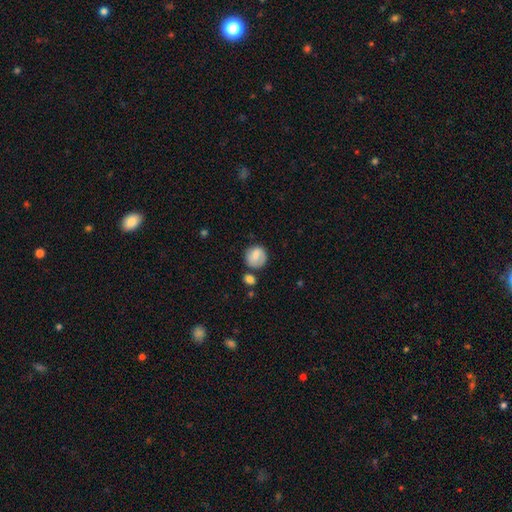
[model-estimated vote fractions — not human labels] Smooth or featured? smooth (71%)
How rounded? round (82%)
Merging? none (64%)